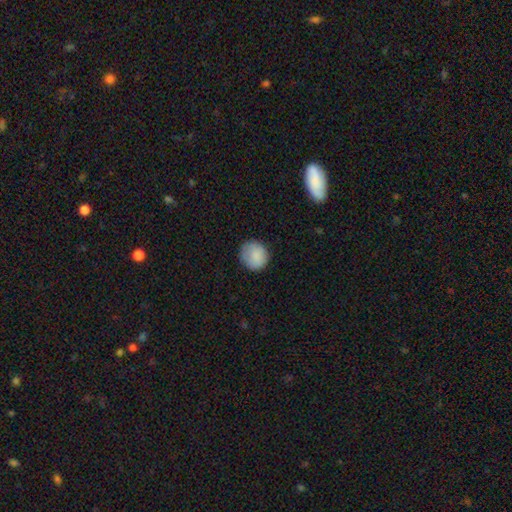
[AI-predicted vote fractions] The model was most divided on "merging": none: 82%, minor disturbance: 14%, major disturbance: 3%, merger: 1%. More confident: how rounded — round (90%); smooth or featured — smooth (87%).